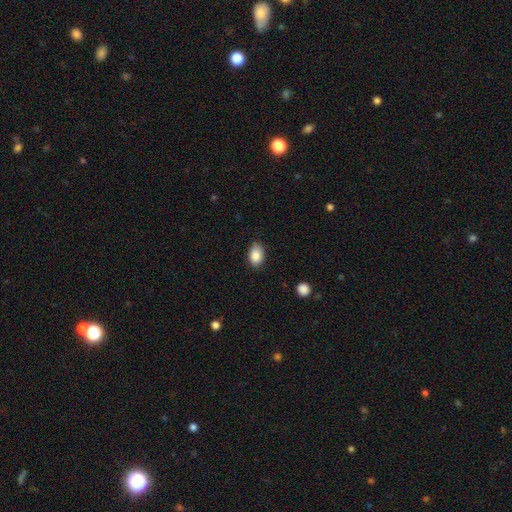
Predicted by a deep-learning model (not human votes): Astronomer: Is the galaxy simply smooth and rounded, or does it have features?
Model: smooth — 86%.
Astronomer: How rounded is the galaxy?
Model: in between — 84%.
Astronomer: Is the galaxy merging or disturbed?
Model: none — 80%.